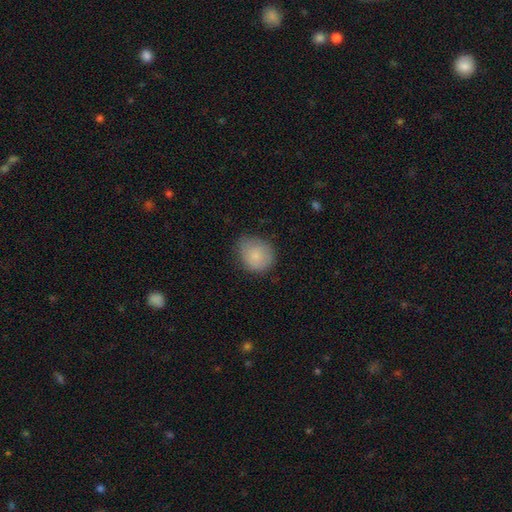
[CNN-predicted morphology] smooth-or-featured: smooth: 79% | featured or disk: 14% | star or artifact: 7%
  how-rounded: round: 73% | in between: 26% | cigar-shaped: 1%
  merging: none: 68% | minor disturbance: 25% | major disturbance: 6% | merger: 1%